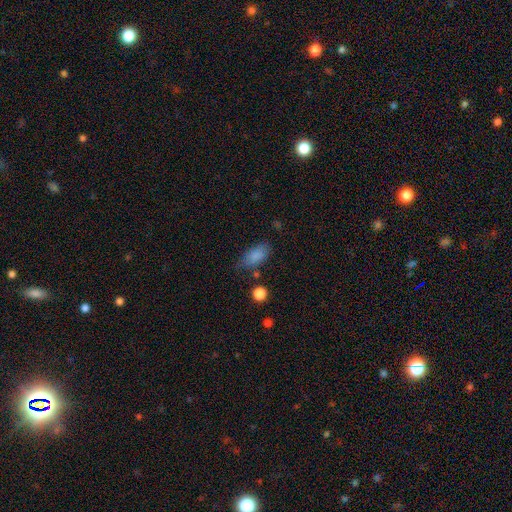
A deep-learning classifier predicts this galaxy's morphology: A smooth galaxy with no disk features (83%) that is in between round and cigar-shaped (88%).

Vote fractions:
- Smooth or featured? smooth: 83% / star or artifact: 9% / featured or disk: 8%
- How rounded? in between: 88% / cigar-shaped: 7% / round: 5%
- Merging? none: 62% / minor disturbance: 26% / major disturbance: 8% / merger: 4%